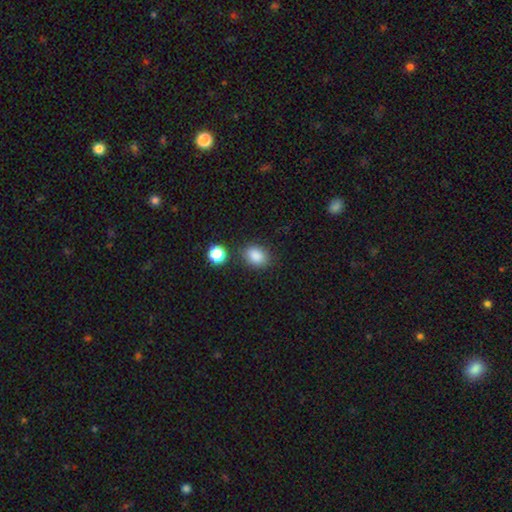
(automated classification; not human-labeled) Overall: smooth (86%). How rounded: in between (64%; round 35%). Merging: none (78%).